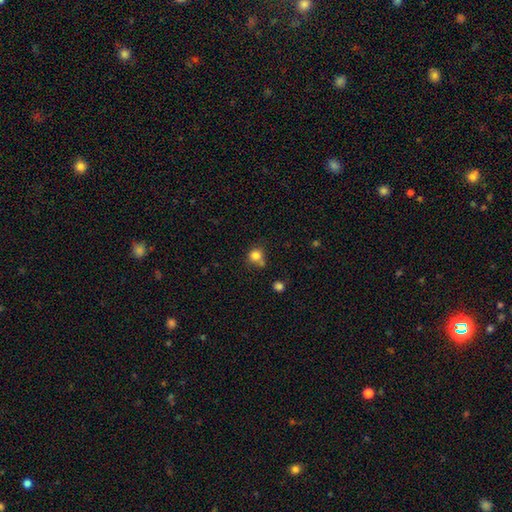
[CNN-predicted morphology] Smooth or featured? Predicted: smooth (p=0.81). How rounded? Predicted: round (p=0.85). Merging? Predicted: none (p=0.59).